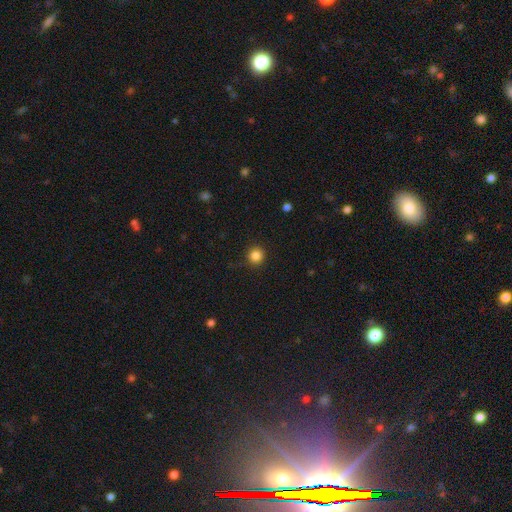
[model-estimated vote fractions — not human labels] smooth 85%, star or artifact 11%, featured or disk 4%. Down the decision tree: how rounded — round (94%); merging — none (90%).